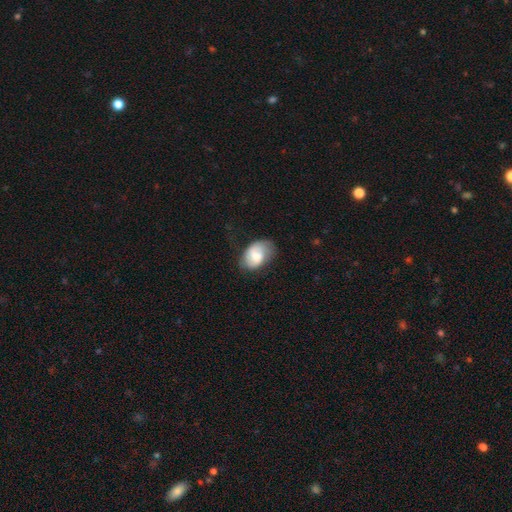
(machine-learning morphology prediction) This appears to be a smooth galaxy with no disk features (59%) that is in between round and cigar-shaped (86%). Merging: none (54%).